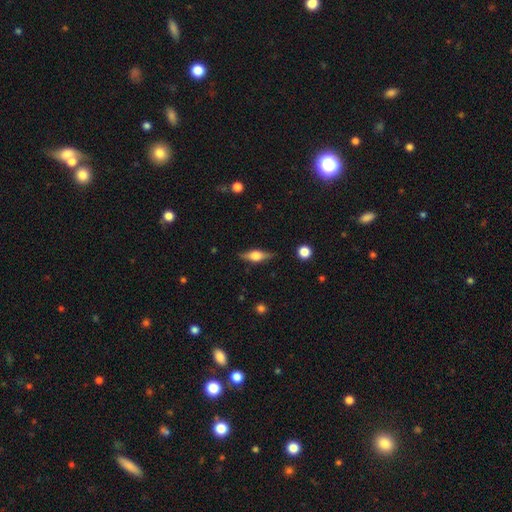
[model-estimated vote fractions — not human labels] smooth-or-featured: featured or disk: 61% | smooth: 32% | star or artifact: 7%
  disk-edge-on: yes: 95% | no: 5%
    edge-on-bulge: rounded: 89% | boxy: 10% | none: 2%
  merging: none: 84% | minor disturbance: 12% | major disturbance: 3% | merger: 1%